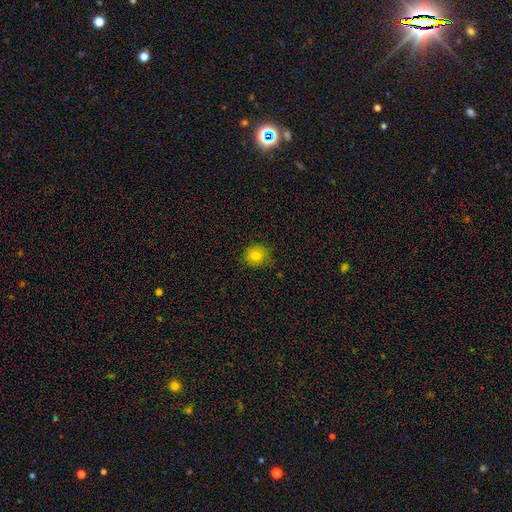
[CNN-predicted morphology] smooth-or-featured: smooth: 82% | star or artifact: 11% | featured or disk: 6%
  how-rounded: round: 82% | in between: 17% | cigar-shaped: 1%
  merging: none: 81% | minor disturbance: 14% | major disturbance: 3% | merger: 1%